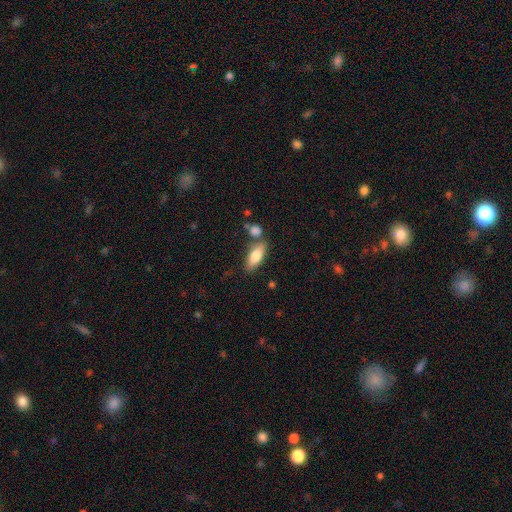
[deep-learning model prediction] Smooth or featured?
  - smooth: 74% *
  - featured or disk: 20%
  - star or artifact: 6%
How rounded?
  - in between: 75% *
  - cigar-shaped: 22%
  - round: 3%
Merging?
  - none: 71% *
  - minor disturbance: 13%
  - merger: 12%
  - major disturbance: 4%